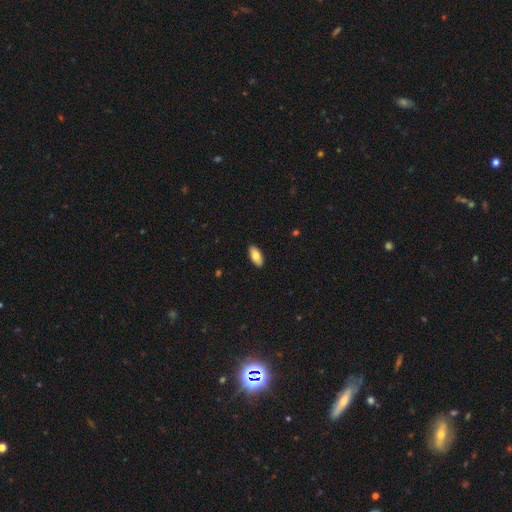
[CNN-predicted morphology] This appears to be a smooth galaxy with no disk features (79%) that is in between round and cigar-shaped (90%). Merging: none (90%).